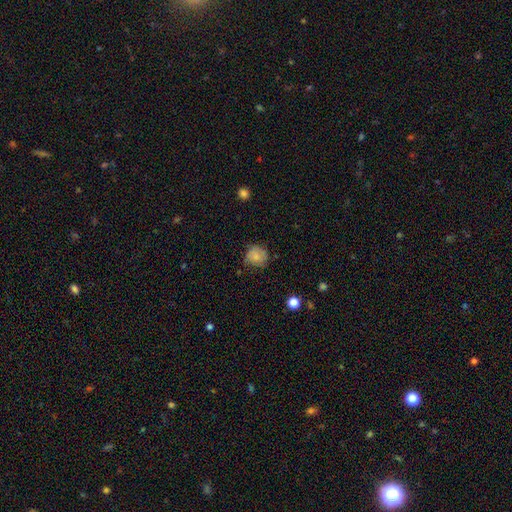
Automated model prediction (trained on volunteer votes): This is likely a smooth galaxy (74%). How rounded: clearly round (81%). Merging: likely none (65%).